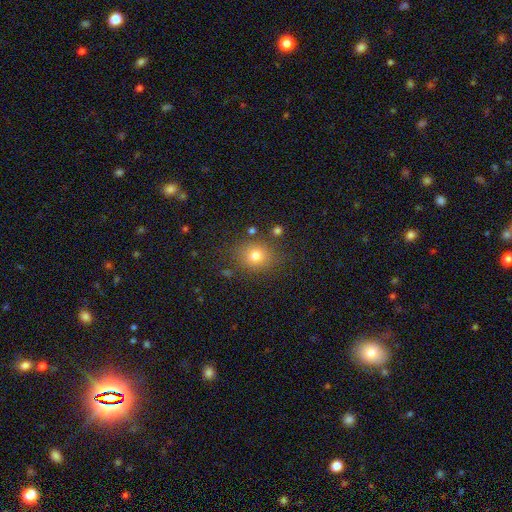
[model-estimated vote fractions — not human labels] Q: Smooth or featured?
A: smooth (77%); runner-up: star or artifact (14%)
Q: How rounded?
A: round (73%); runner-up: in between (27%)
Q: Merging?
A: none (82%); runner-up: minor disturbance (11%)